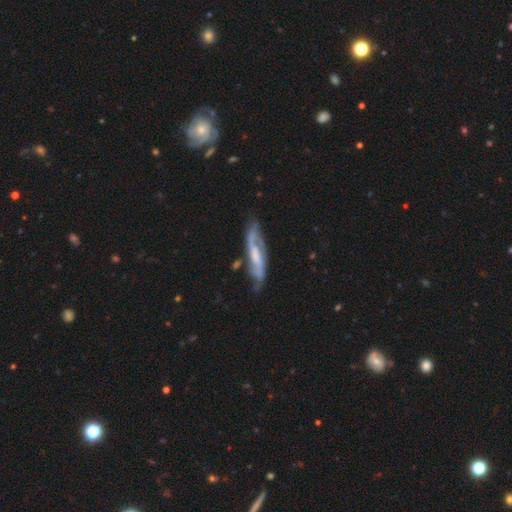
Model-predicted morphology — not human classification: This is likely a featured or disk galaxy (79%). It is likely not viewed edge-on (76%). Bar: marginally weak (41%). Spiral arm pattern: clearly yes (91%). Spiral arm count: likely 2 (77%). Spiral winding: possibly medium (46%). Central bulge: marginally small (36%). Merging: likely none (64%).